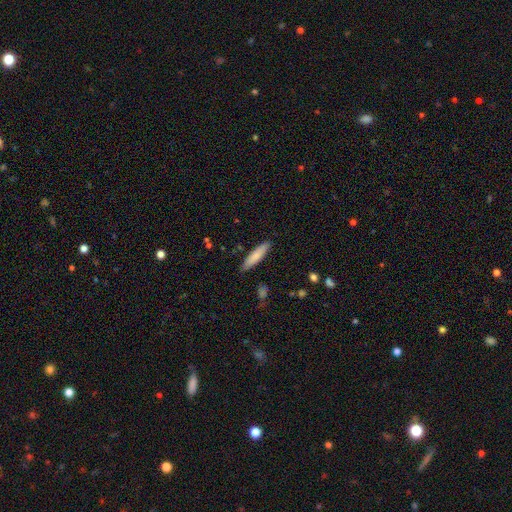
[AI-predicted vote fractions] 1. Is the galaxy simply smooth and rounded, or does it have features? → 79% smooth, 15% featured or disk, 6% star or artifact.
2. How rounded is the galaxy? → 79% cigar-shaped, 20% in between, 1% round.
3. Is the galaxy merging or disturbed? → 87% none, 10% minor disturbance, 2% major disturbance, 2% merger.